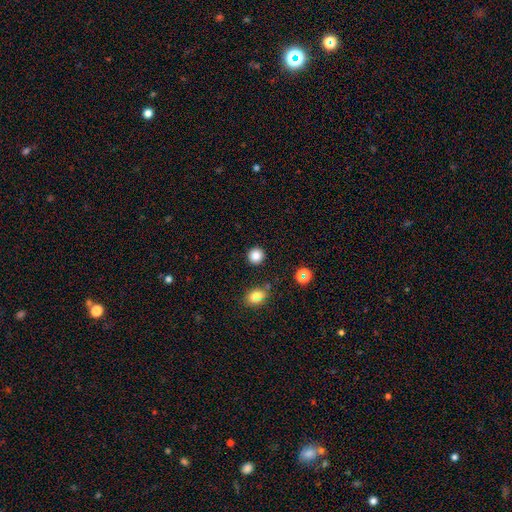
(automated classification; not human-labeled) The model was most divided on "smooth or featured": smooth: 83%, star or artifact: 12%, featured or disk: 5%. More confident: how rounded — round (92%); merging — none (90%).